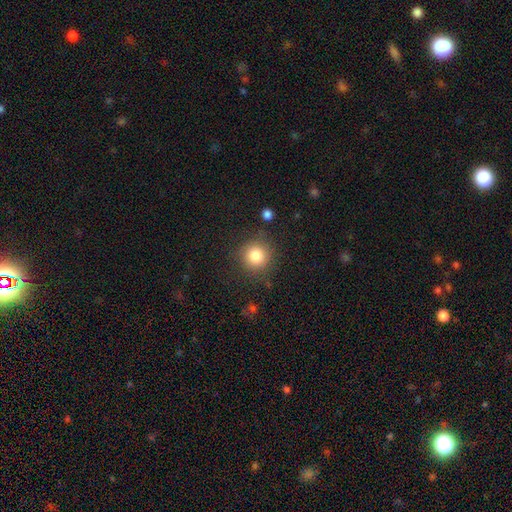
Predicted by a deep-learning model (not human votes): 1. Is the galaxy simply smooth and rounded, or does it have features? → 83% smooth, 11% star or artifact, 7% featured or disk.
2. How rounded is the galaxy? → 93% round, 6% in between, 1% cigar-shaped.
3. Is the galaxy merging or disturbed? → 83% none, 10% minor disturbance, 4% major disturbance, 3% merger.